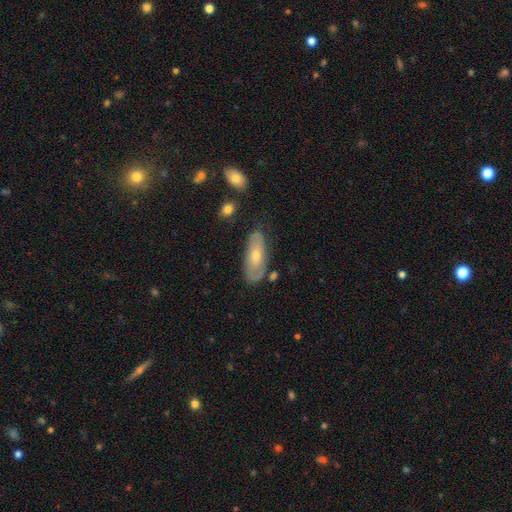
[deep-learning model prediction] Morphology: type=featured or disk (55%); edge-on=no (80%); merging=none (72%).